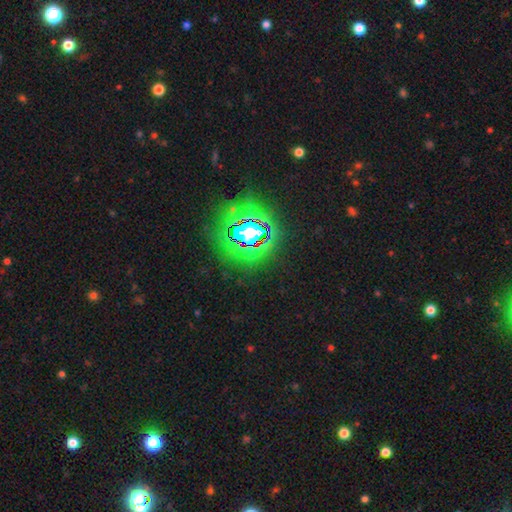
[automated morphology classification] Smooth or featured? star or artifact (83%)